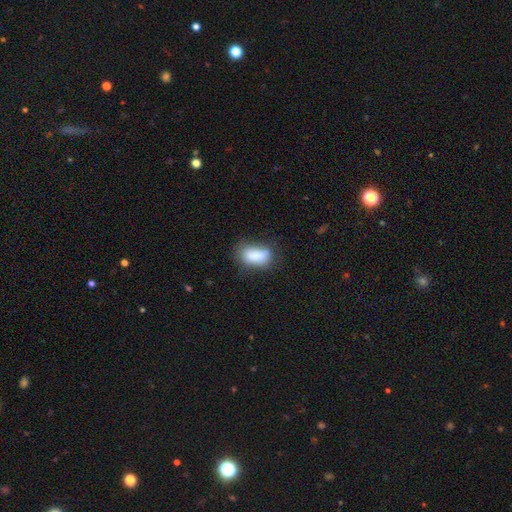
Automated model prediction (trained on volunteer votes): smooth 83%, featured or disk 9%, star or artifact 8%. Down the decision tree: how rounded — in between (87%); merging — none (60%).